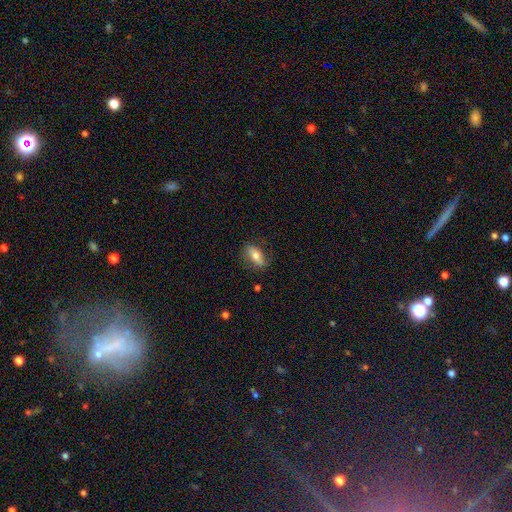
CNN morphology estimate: Smooth or featured?
  - smooth: 57% *
  - featured or disk: 35%
  - star or artifact: 8%
How rounded?
  - in between: 80% *
  - cigar-shaped: 12%
  - round: 7%
Merging?
  - none: 74% *
  - minor disturbance: 18%
  - major disturbance: 6%
  - merger: 1%